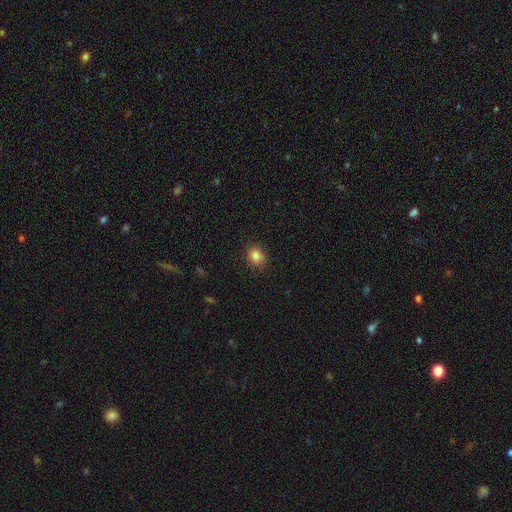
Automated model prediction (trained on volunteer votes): Smooth or featured? smooth (84%)
How rounded? round (60%)
Merging? none (87%)